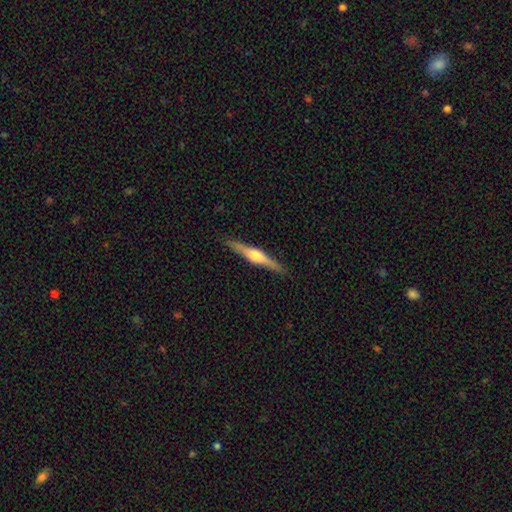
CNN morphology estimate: featured or disk 76%, smooth 19%, star or artifact 5%. Down the decision tree: edge-on disk — yes (98%); edge-on bulge — rounded (90%); merging — none (91%).